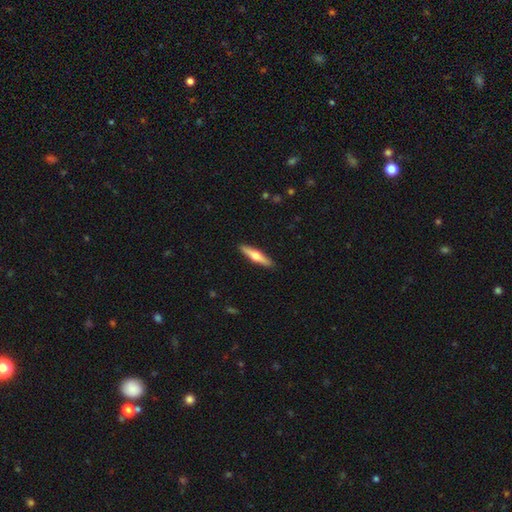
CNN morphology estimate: A featured or disk galaxy (53%) viewed edge-on (95%). Merging: none (91%).